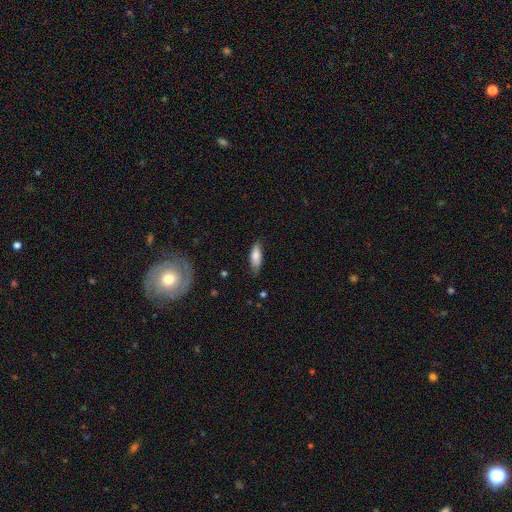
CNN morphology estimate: This appears to be a smooth galaxy with no disk features (78%) that is in between round and cigar-shaped (64%). Merging: none (74%).